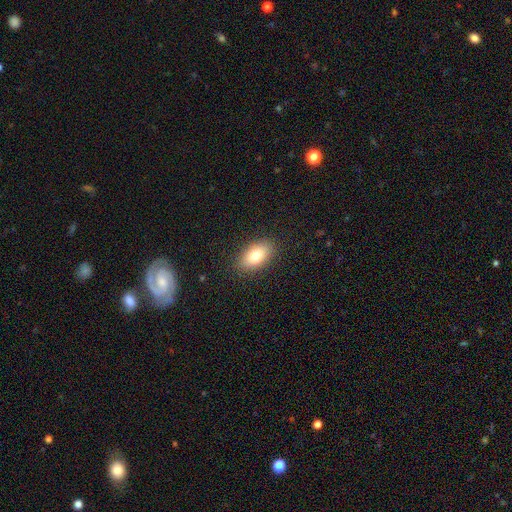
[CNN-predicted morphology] This is likely a smooth galaxy (79%). How rounded: clearly in between (90%). Merging: clearly none (88%).